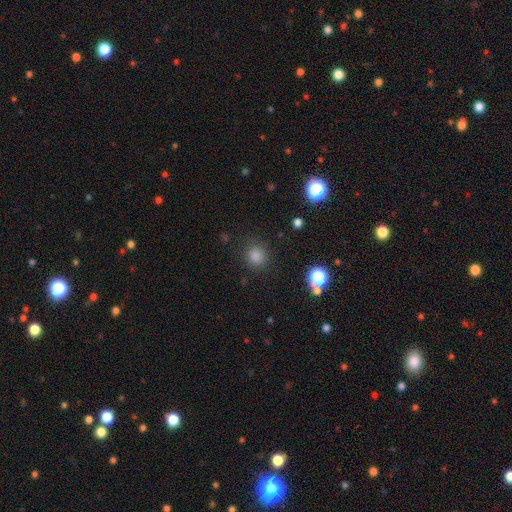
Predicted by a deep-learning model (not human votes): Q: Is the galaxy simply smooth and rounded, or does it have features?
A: smooth — 79%.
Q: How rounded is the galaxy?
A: round — 89%.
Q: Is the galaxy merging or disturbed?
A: none — 87%.